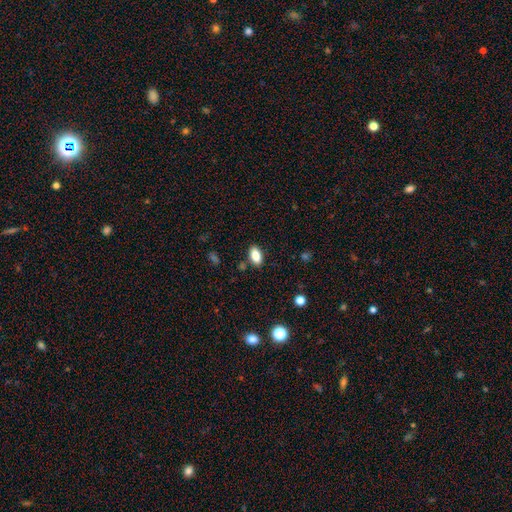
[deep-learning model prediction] Morphology: type=smooth (86%); roundness=in between (92%); merging=none (86%).